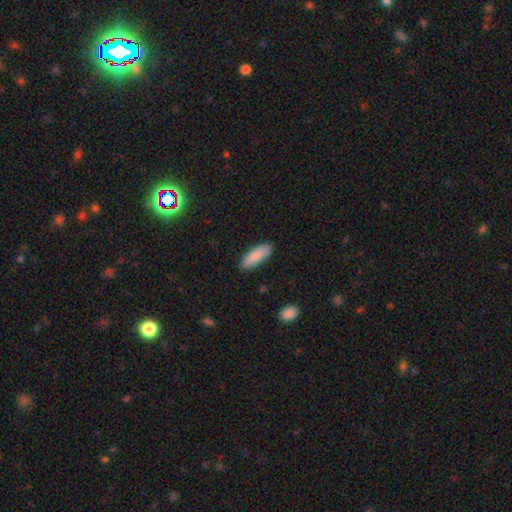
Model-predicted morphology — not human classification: smooth_or_featured: smooth (p=0.88) [alt: featured or disk p=0.07]
how_rounded: in between (p=0.62) [alt: cigar-shaped p=0.36]
merging: none (p=0.86) [alt: minor disturbance p=0.11]